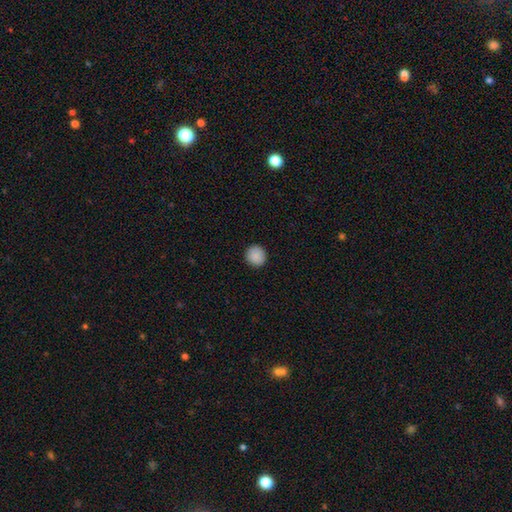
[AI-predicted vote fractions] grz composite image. It shows a smooth galaxy with no disk features (89%) that is round (94%). Merging: none (92%).